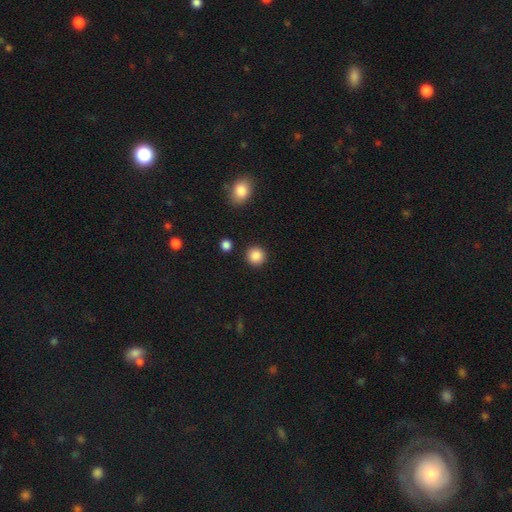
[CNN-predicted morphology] This is clearly a smooth galaxy (87%). How rounded: clearly round (93%). Merging: clearly none (91%).